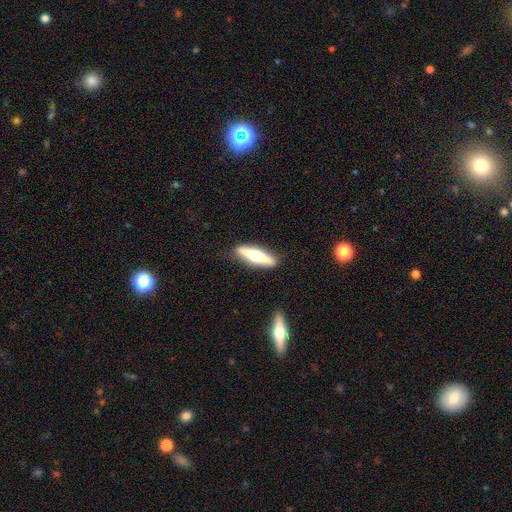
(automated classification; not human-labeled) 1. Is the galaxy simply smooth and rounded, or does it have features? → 56% featured or disk, 38% smooth, 5% star or artifact.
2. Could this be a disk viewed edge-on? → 94% yes, 6% no.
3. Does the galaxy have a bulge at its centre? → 90% rounded, 5% boxy, 4% none.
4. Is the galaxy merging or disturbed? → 88% none, 9% minor disturbance, 2% major disturbance, 2% merger.